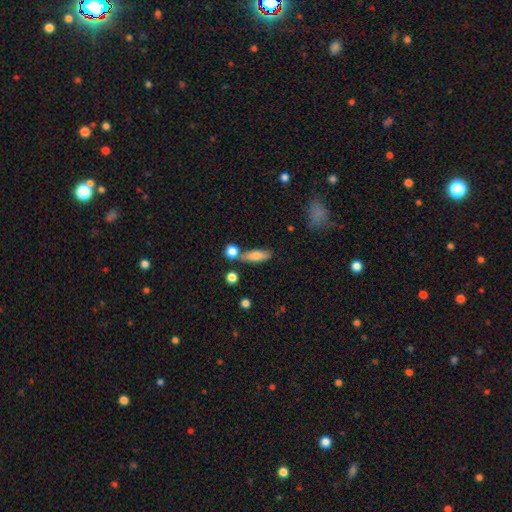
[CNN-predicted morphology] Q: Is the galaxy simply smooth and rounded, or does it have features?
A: smooth — 78%.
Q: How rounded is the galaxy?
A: in between — 56%.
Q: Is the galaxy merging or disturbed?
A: none — 64%.